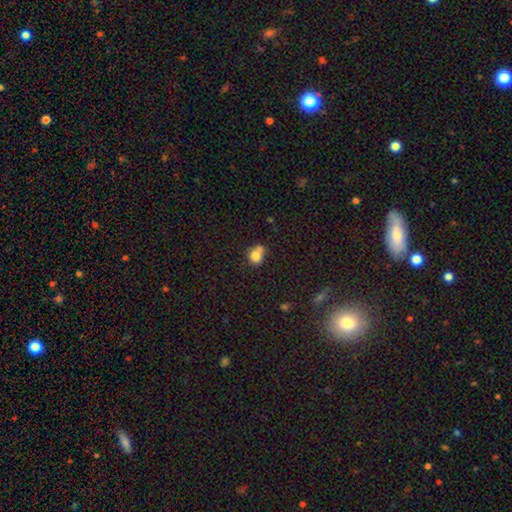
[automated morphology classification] smooth_or_featured: smooth (p=0.78) [alt: star or artifact p=0.11]
how_rounded: round (p=0.73) [alt: in between p=0.26]
merging: none (p=0.43) [alt: merger p=0.33]